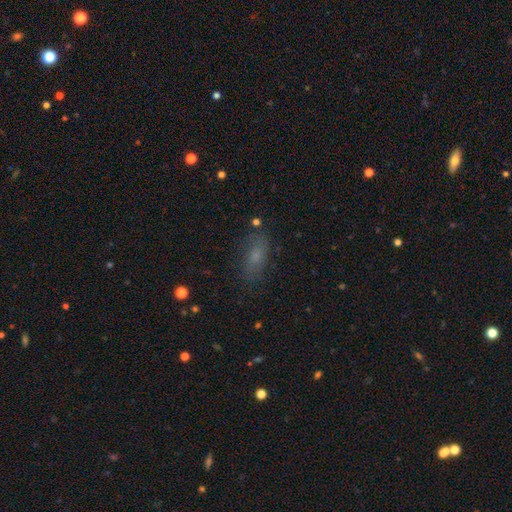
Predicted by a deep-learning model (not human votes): Smooth or featured: smooth — 61% (star or artifact — 20%)
How rounded: in between — 73% (cigar-shaped — 20%)
Merging: none — 76% (minor disturbance — 15%)